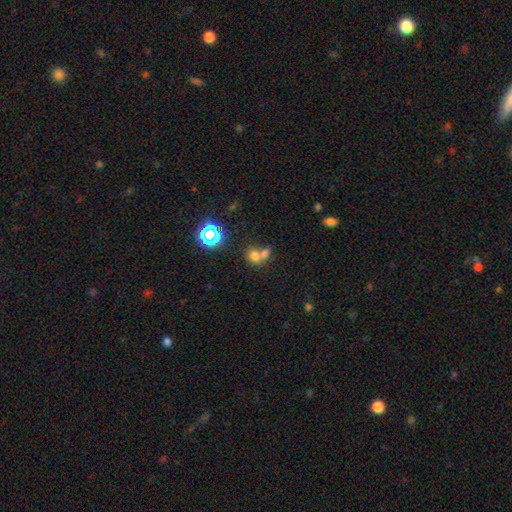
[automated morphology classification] smooth-or-featured: smooth: 67% | star or artifact: 20% | featured or disk: 13%
  how-rounded: round: 69% | in between: 30% | cigar-shaped: 1%
  merging: merger: 58% | none: 32% | minor disturbance: 6% | major disturbance: 4%